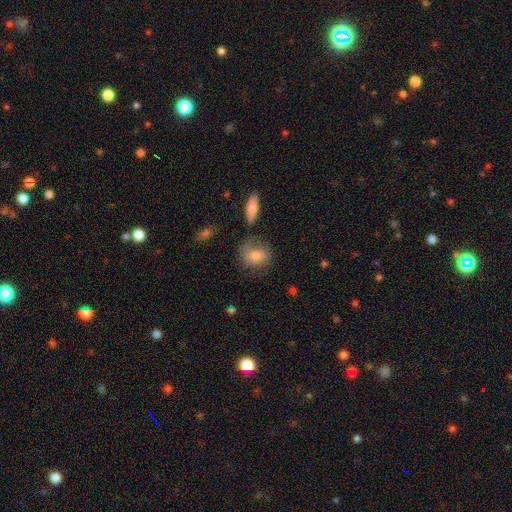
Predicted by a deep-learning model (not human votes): Q: Smooth or featured?
A: smooth (67%); runner-up: featured or disk (24%)
Q: How rounded?
A: round (56%); runner-up: in between (41%)
Q: Merging?
A: none (68%); runner-up: minor disturbance (19%)